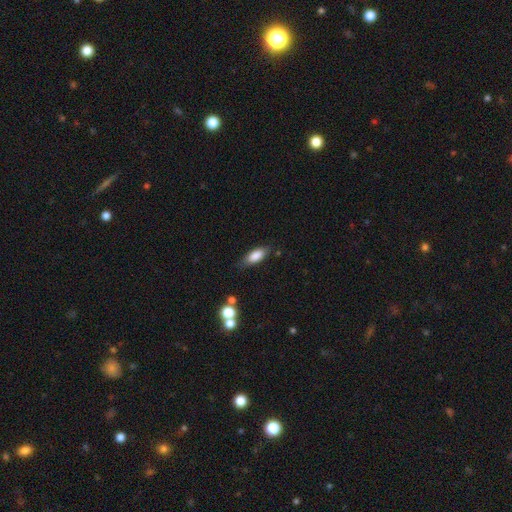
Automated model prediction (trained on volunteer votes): Smooth or featured? smooth (83%)
How rounded? in between (79%)
Merging? none (77%)